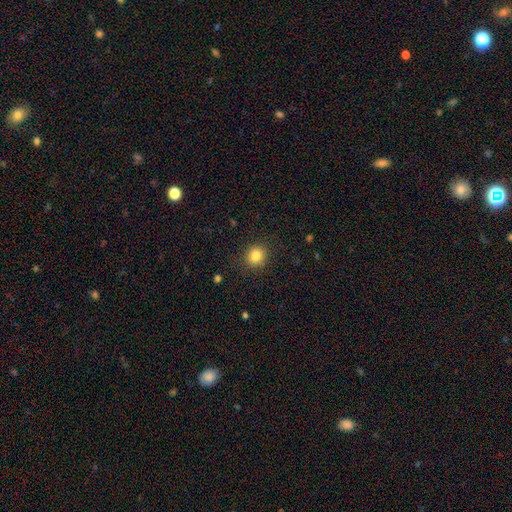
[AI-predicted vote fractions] Q: Smooth or featured?
A: smooth (84%); runner-up: star or artifact (11%)
Q: How rounded?
A: round (83%); runner-up: in between (16%)
Q: Merging?
A: none (87%); runner-up: minor disturbance (9%)